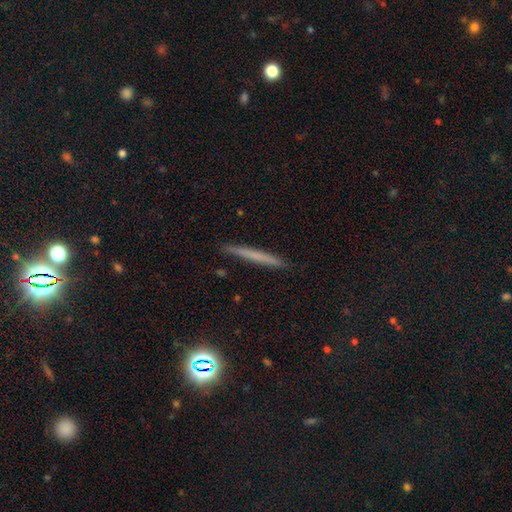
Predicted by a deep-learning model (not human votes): Smooth or featured? Predicted: smooth (p=0.56). How rounded? Predicted: cigar-shaped (p=0.96). Merging? Predicted: none (p=0.91).